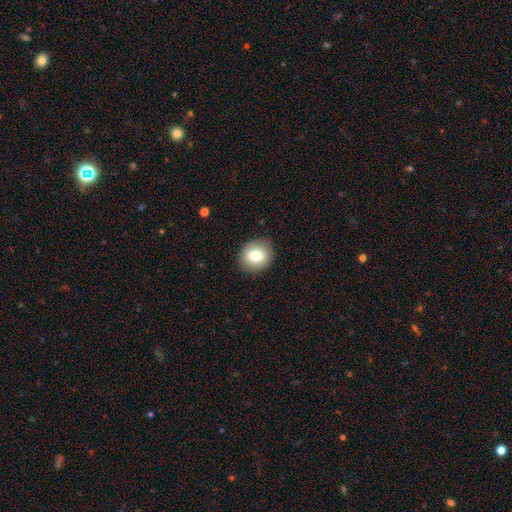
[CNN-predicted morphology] This is likely a smooth galaxy (75%). How rounded: likely round (67%). Merging: clearly none (88%).